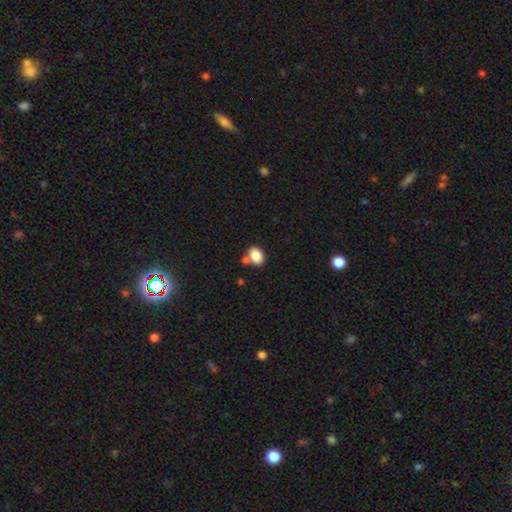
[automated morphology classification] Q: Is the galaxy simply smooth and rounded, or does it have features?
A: smooth — 86%.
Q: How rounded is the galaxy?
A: in between — 72%.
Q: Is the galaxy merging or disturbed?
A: none — 60%.